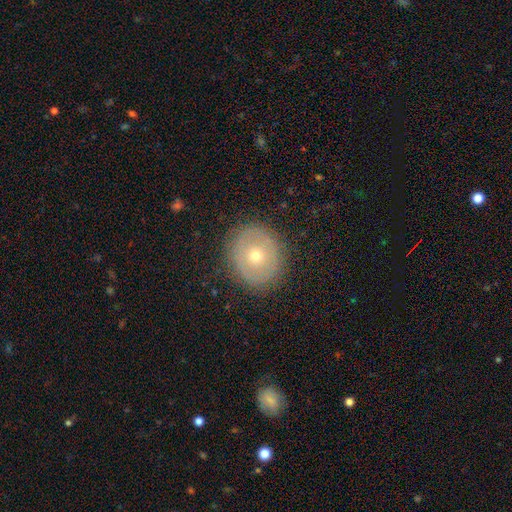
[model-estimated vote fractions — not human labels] Smooth or featured? Predicted: smooth (p=0.51). How rounded? Predicted: round (p=0.76). Merging? Predicted: none (p=0.85).